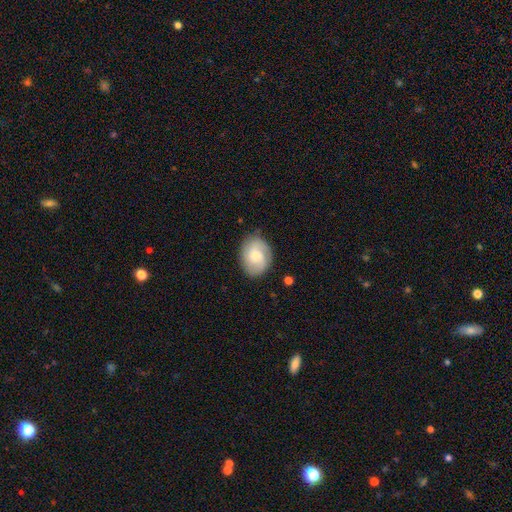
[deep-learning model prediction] smooth_or_featured: featured or disk (p=0.47) [alt: smooth p=0.46]
merging: none (p=0.78) [alt: minor disturbance p=0.16]